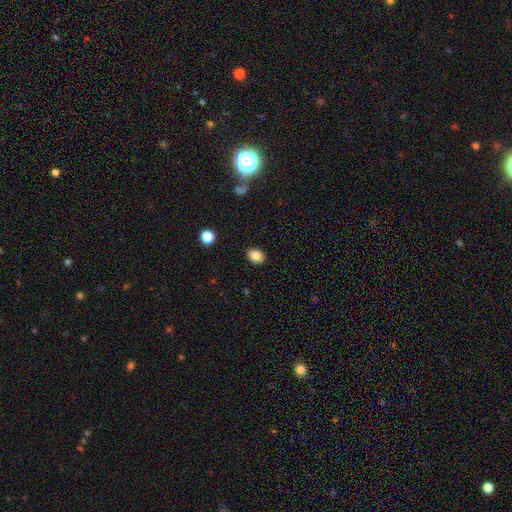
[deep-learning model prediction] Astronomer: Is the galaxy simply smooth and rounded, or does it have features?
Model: smooth — 84%.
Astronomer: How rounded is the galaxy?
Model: in between — 68%.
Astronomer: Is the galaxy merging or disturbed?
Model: none — 88%.